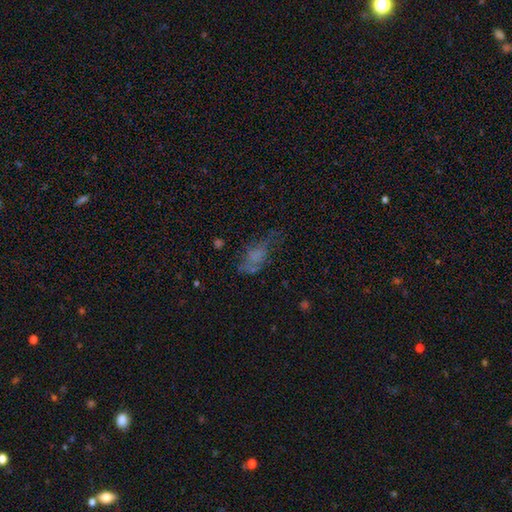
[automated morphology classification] smooth-or-featured: smooth: 52% | featured or disk: 30% | star or artifact: 18%
  how-rounded: in between: 80% | cigar-shaped: 12% | round: 8%
  merging: major disturbance: 34% (tied) | none: 34% (tied) | minor disturbance: 26% | merger: 6%